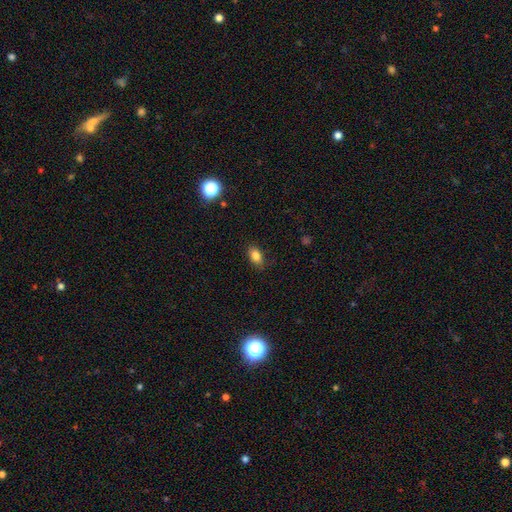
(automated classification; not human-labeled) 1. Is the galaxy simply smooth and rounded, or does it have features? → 83% smooth, 10% star or artifact, 7% featured or disk.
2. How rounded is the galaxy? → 87% in between, 11% round, 3% cigar-shaped.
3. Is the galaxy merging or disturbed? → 84% none, 12% minor disturbance, 3% major disturbance, 1% merger.